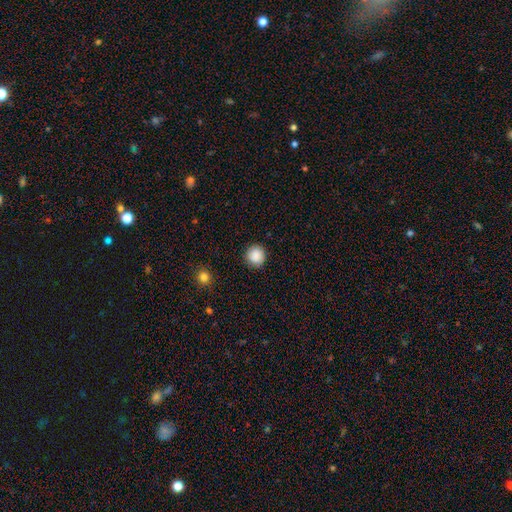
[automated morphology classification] This is clearly a smooth galaxy (88%). How rounded: clearly round (93%). Merging: clearly none (90%).